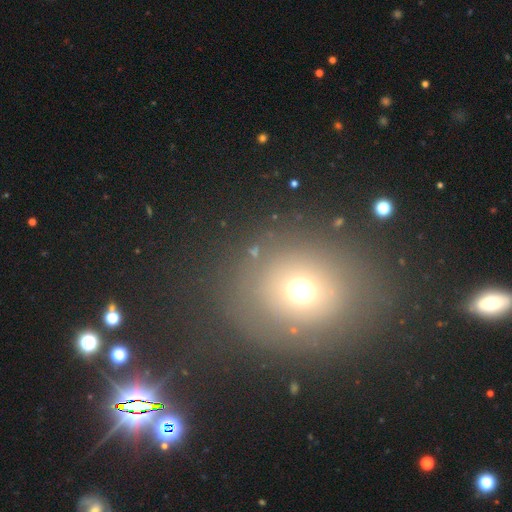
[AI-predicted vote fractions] The model was most divided on "smooth or featured": smooth: 59%, star or artifact: 24%, featured or disk: 17%. More confident: merging — none (80%); how rounded — round (69%).